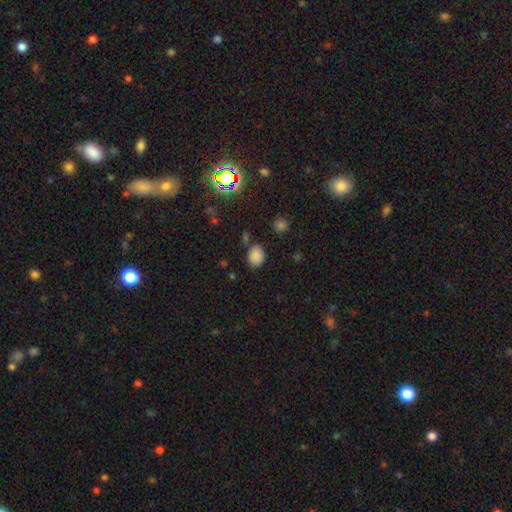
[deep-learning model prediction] Q: Smooth or featured?
A: smooth (82%); runner-up: star or artifact (14%)
Q: How rounded?
A: round (50%); runner-up: in between (49%)
Q: Merging?
A: none (75%); runner-up: minor disturbance (15%)